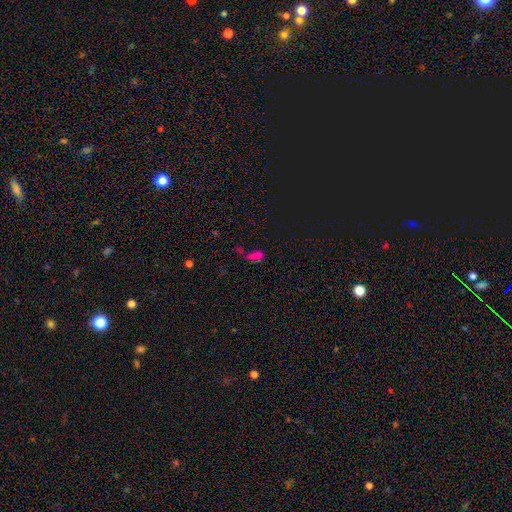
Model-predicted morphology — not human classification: Smooth or featured: smooth — 54% (star or artifact — 37%)
How rounded: in between — 68% (cigar-shaped — 24%)
Merging: none — 42% (merger — 26%)